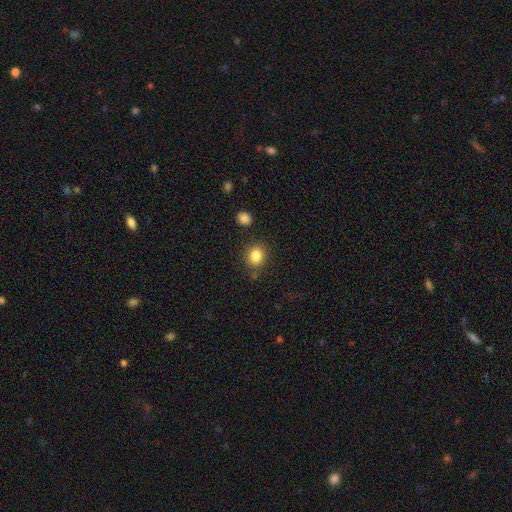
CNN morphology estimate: Smooth or featured?
  - smooth: 84% *
  - star or artifact: 10%
  - featured or disk: 5%
How rounded?
  - round: 78% *
  - in between: 21%
  - cigar-shaped: 1%
Merging?
  - none: 82% *
  - minor disturbance: 10%
  - merger: 4%
  - major disturbance: 3%